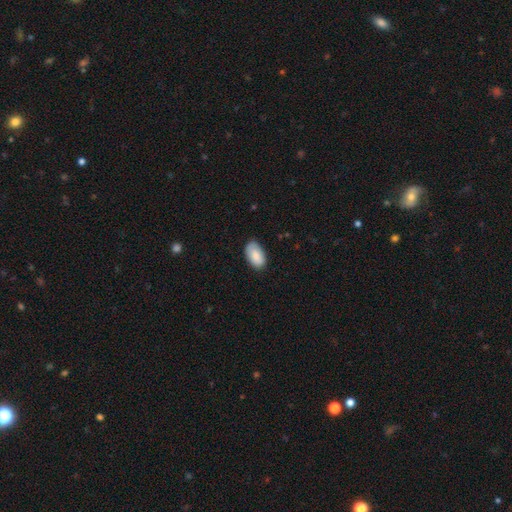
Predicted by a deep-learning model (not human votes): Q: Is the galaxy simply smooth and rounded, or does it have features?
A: smooth — 85%.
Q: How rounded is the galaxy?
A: in between — 94%.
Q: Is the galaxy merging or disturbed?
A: none — 79%.